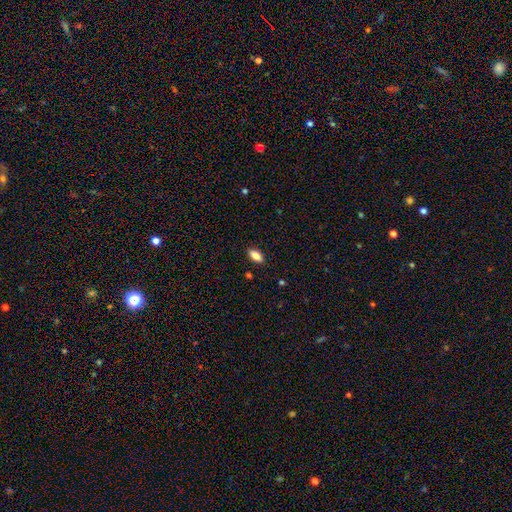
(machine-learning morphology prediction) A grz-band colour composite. It shows a smooth galaxy with no disk features (83%) that is in between round and cigar-shaped (87%). Merging: none (88%).